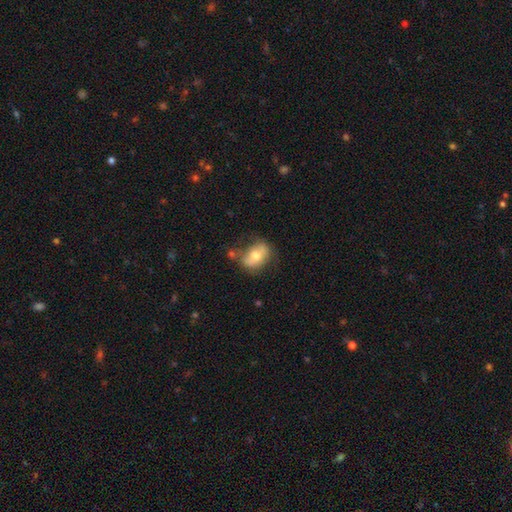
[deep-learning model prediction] This is likely a smooth galaxy (62%). How rounded: likely in between (71%). Merging: possibly none (50%).